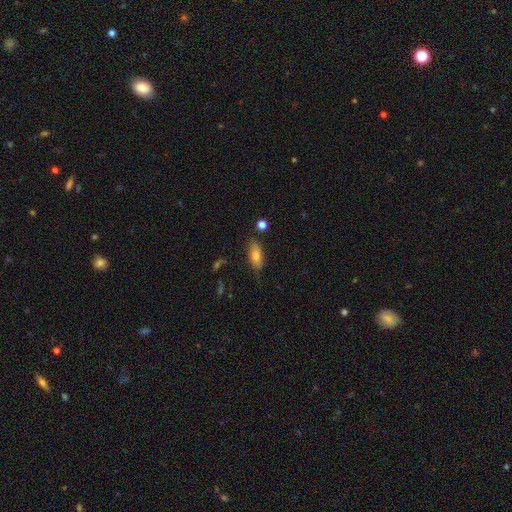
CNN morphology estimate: smooth_or_featured: smooth (p=0.72) [alt: featured or disk p=0.20]
how_rounded: in between (p=0.71) [alt: cigar-shaped p=0.26]
merging: none (p=0.74) [alt: minor disturbance p=0.19]